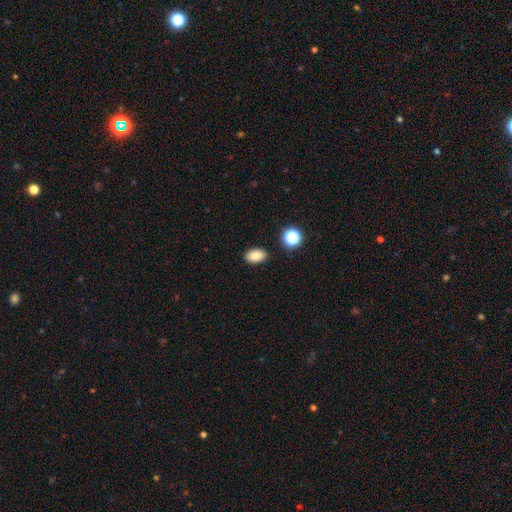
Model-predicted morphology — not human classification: smooth-or-featured: smooth: 84% | star or artifact: 10% | featured or disk: 6%
  how-rounded: in between: 89% | round: 9% | cigar-shaped: 2%
  merging: none: 88% | minor disturbance: 8% | merger: 2% | major disturbance: 2%